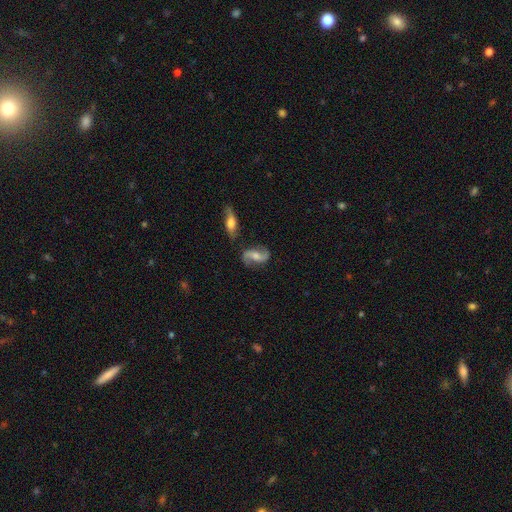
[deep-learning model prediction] Smooth or featured? Predicted: featured or disk (p=0.80). Edge-on disk? Predicted: no (p=0.95). Bar? Predicted: no (p=0.42). Spiral arms? Predicted: yes (p=0.95). Spiral winding? Predicted: loose (p=0.63). Spiral arm count? Predicted: 2 (p=0.93). Bulge size? Predicted: moderate (p=0.53). Merging? Predicted: none (p=0.74).